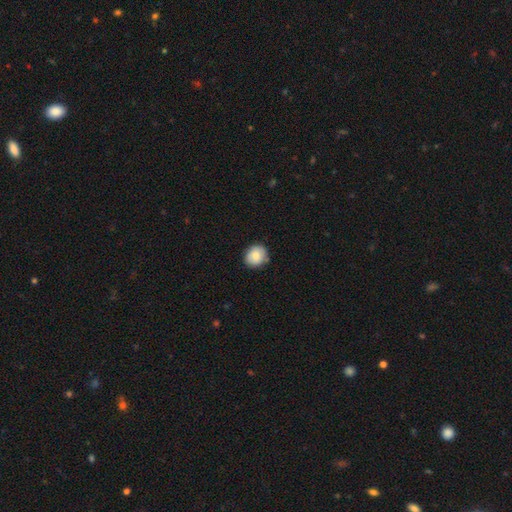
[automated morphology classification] Smooth or featured? Predicted: smooth (p=0.81). How rounded? Predicted: round (p=0.76). Merging? Predicted: none (p=0.82).